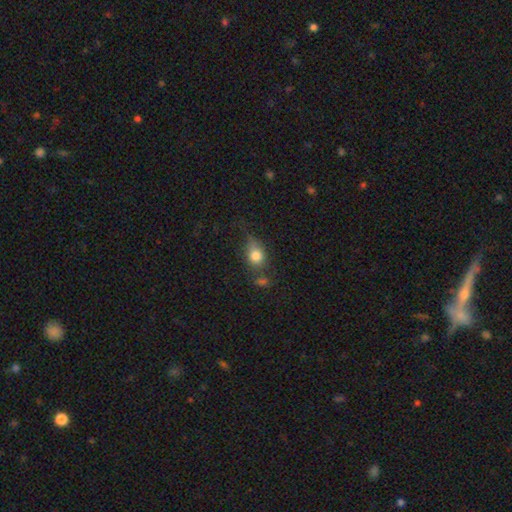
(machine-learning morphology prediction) Smooth or featured? smooth (77%)
How rounded? in between (54%)
Merging? none (45%)